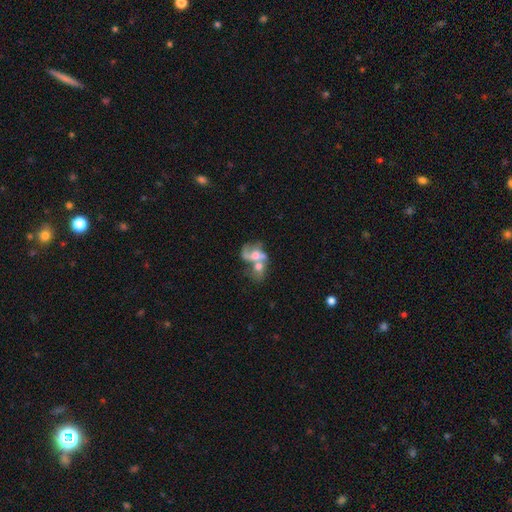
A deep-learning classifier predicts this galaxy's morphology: Smooth or featured: featured or disk — 56% (smooth — 34%)
Edge-on disk: no — 97% (yes — 3%)
Bar: no — 70% (weak — 23%)
Spiral arms: yes — 56% (no — 44%)
Bulge size: moderate — 45% (large — 23%)
Merging: merger — 68% (major disturbance — 14%)